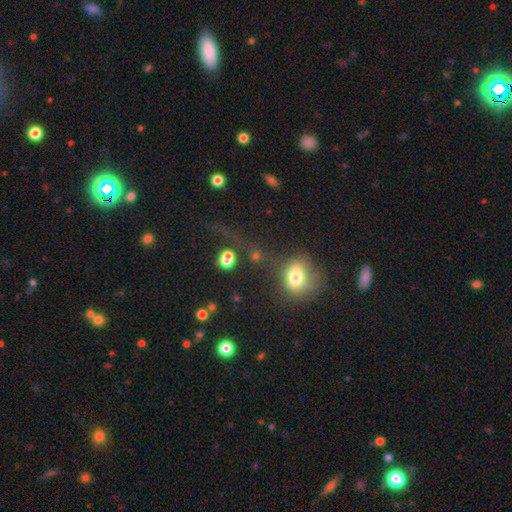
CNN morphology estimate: This appears to be a smooth galaxy with no disk features (58%) that is round (62%). Merging: none (51%).